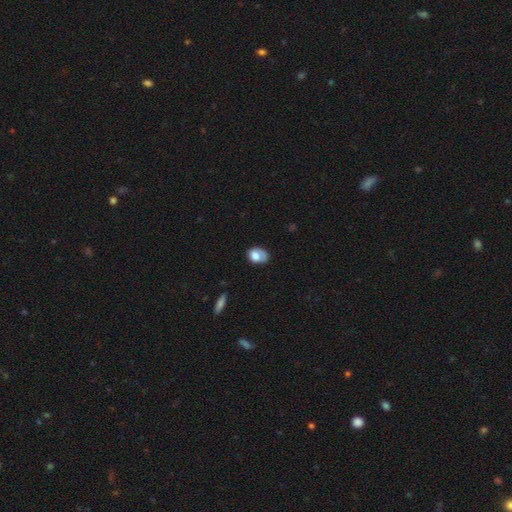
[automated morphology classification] Smooth or featured: smooth — 73% (featured or disk — 20%)
How rounded: in between — 72% (round — 26%)
Merging: none — 49% (minor disturbance — 32%)